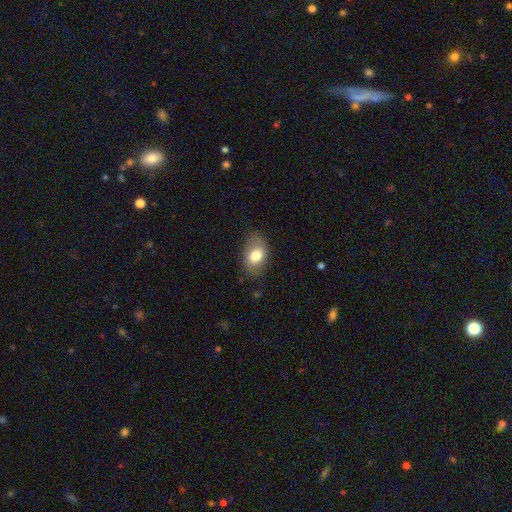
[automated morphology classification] This appears to be a smooth galaxy with no disk features (74%) that is in between round and cigar-shaped (87%). Merging: none (76%).